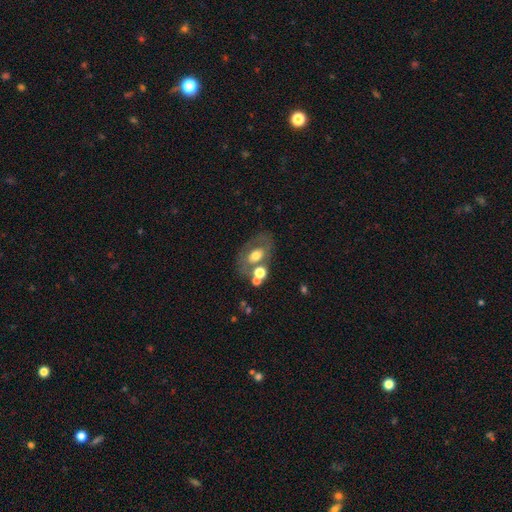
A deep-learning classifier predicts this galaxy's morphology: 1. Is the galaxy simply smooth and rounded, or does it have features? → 49% smooth, 40% featured or disk, 11% star or artifact.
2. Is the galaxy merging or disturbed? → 55% none, 21% merger, 15% minor disturbance, 9% major disturbance.